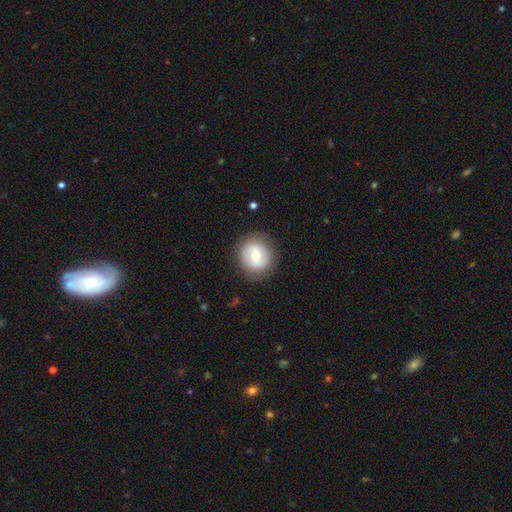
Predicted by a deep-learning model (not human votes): This appears to be a smooth galaxy with no disk features (66%) that is round (89%). Merging: none (84%).